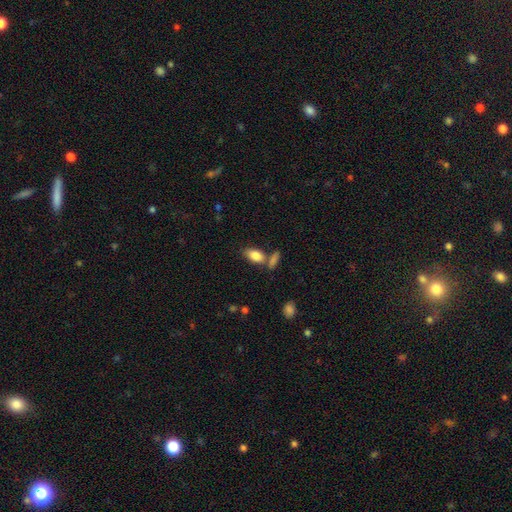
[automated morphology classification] Smooth or featured? Predicted: smooth (p=0.83). How rounded? Predicted: in between (p=0.90). Merging? Predicted: none (p=0.57).